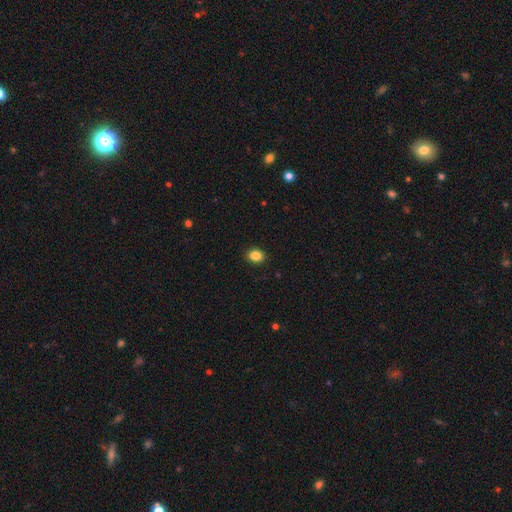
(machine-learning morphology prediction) Smooth or featured? Predicted: smooth (p=0.86). How rounded? Predicted: in between (p=0.55). Merging? Predicted: none (p=0.90).